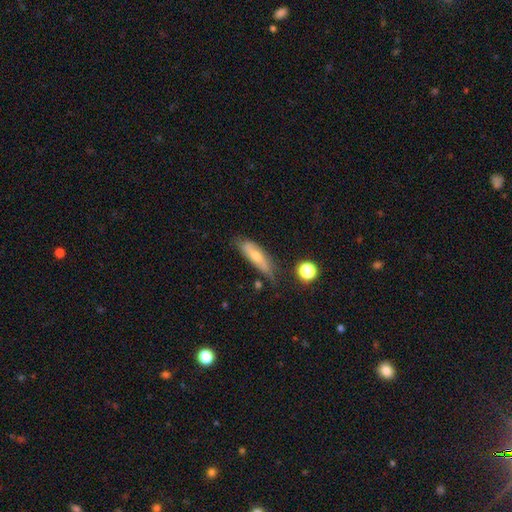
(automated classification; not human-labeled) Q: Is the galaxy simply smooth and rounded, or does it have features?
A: smooth — 49%.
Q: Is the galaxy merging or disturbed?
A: none — 59%.